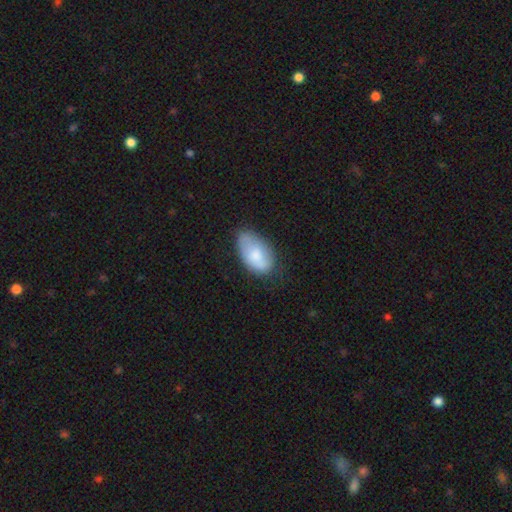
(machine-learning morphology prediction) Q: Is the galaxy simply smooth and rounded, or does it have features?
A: smooth — 75%.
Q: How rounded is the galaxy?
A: in between — 94%.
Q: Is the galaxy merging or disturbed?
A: none — 59%.